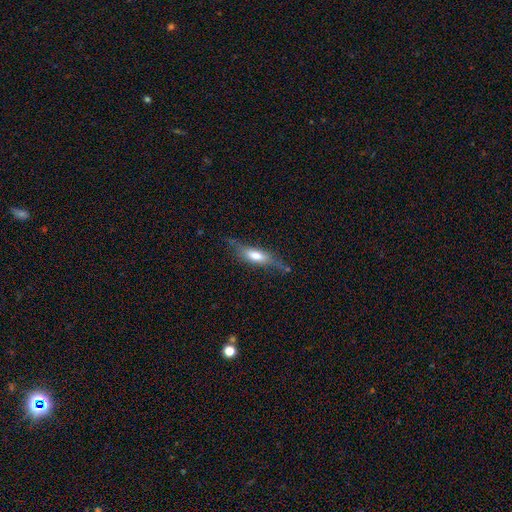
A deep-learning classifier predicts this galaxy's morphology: A smooth galaxy with no disk features (55%) that is cigar-shaped (52%). Merging: none (59%).